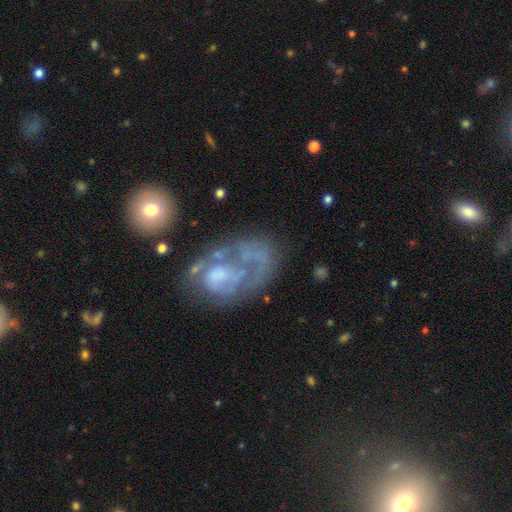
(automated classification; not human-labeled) Q: Smooth or featured?
A: featured or disk (70%); runner-up: smooth (21%)
Q: Edge-on disk?
A: no (97%); runner-up: yes (3%)
Q: Bar?
A: no (80%); runner-up: weak (17%)
Q: Spiral arms?
A: yes (52%); runner-up: no (48%)
Q: Bulge size?
A: none (34%); runner-up: moderate (32%)
Q: Merging?
A: none (38%); runner-up: major disturbance (34%)